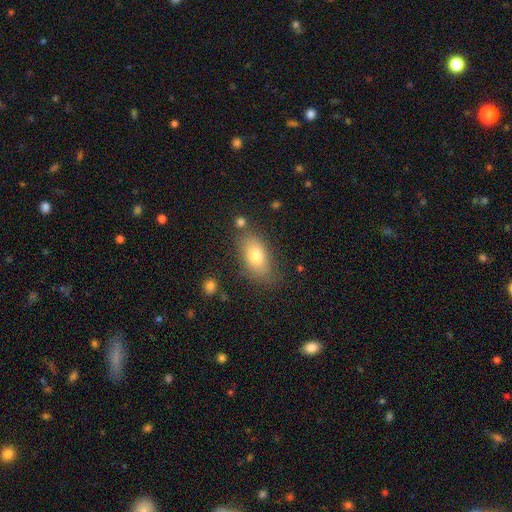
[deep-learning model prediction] The model was most divided on "smooth or featured": smooth: 75%, featured or disk: 17%, star or artifact: 8%. More confident: how rounded — in between (87%); merging — none (76%).